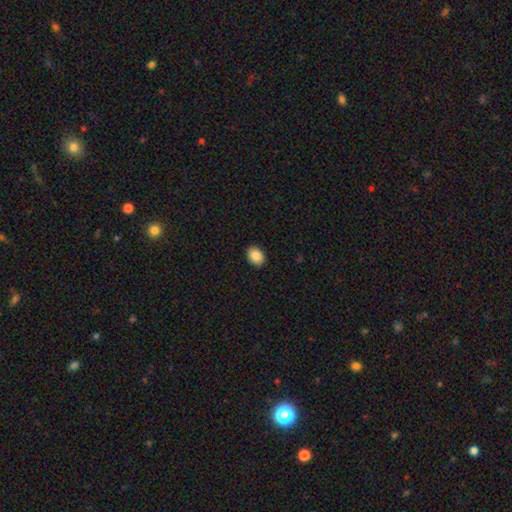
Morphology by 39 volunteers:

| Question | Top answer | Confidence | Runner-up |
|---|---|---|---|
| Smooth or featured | smooth | 97% | star or artifact (3%) |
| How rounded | round | 53% | in between (45%) |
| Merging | none | 87% | minor disturbance (8%) |